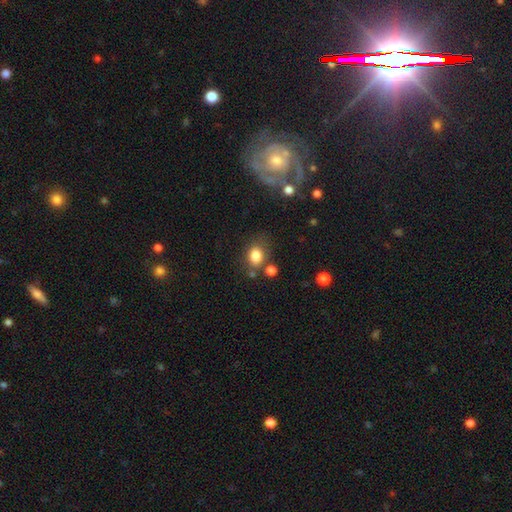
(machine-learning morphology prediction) Smooth or featured: smooth — 83% (star or artifact — 11%)
How rounded: in between — 59% (round — 40%)
Merging: none — 64% (minor disturbance — 18%)